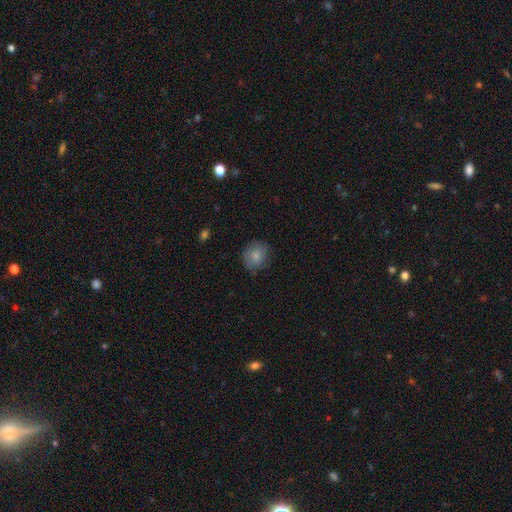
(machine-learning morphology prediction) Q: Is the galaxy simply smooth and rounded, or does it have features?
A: smooth — 82%.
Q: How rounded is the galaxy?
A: round — 74%.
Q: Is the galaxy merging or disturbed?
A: none — 75%.